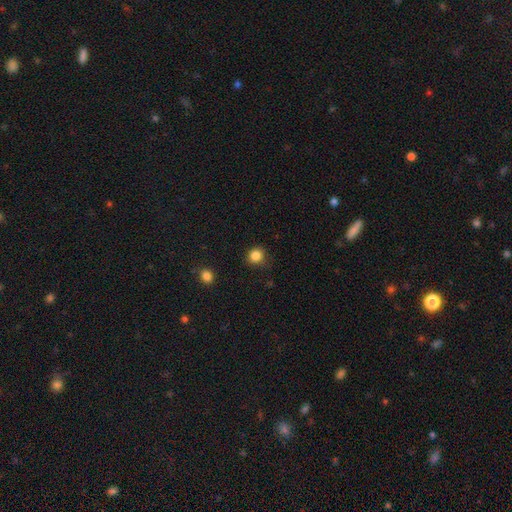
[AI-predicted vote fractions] smooth_or_featured: smooth (p=0.85) [alt: star or artifact p=0.11]
how_rounded: round (p=0.88) [alt: in between p=0.11]
merging: none (p=0.85) [alt: minor disturbance p=0.11]